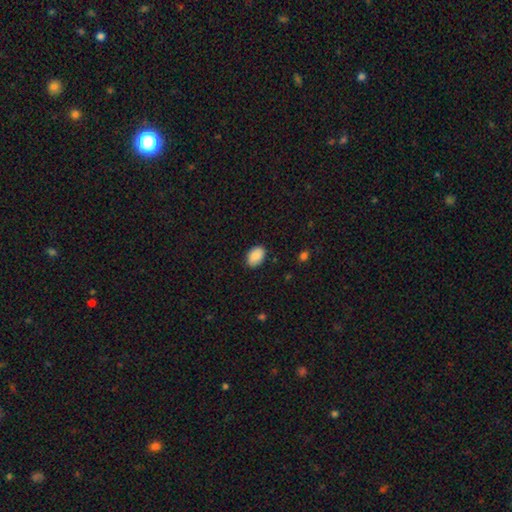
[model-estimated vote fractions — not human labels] A smooth galaxy with no disk features (89%) that is in between round and cigar-shaped (86%). Merging: none (85%).